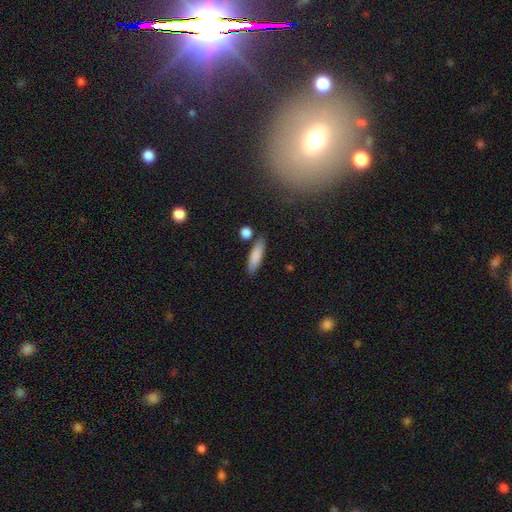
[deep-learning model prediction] This is clearly a smooth galaxy (83%). How rounded: likely cigar-shaped (63%). Merging: clearly none (81%).